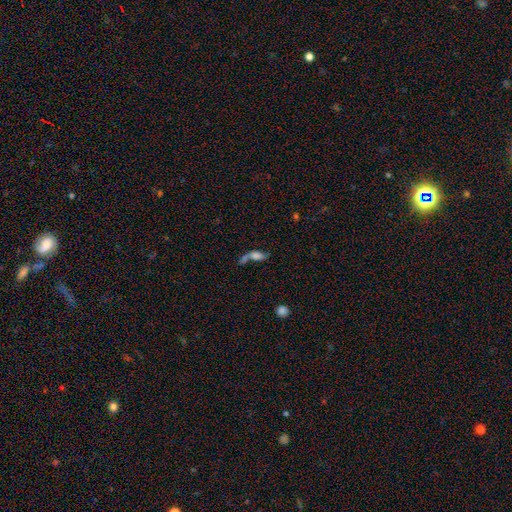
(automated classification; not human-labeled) Morphology: type=smooth (58%); roundness=in between (70%); merging=merger (46%).